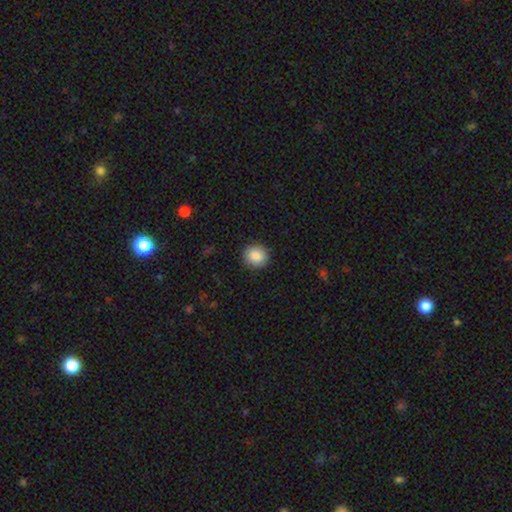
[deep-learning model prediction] A smooth galaxy with no disk features (88%) that is round (84%). Merging: none (90%).